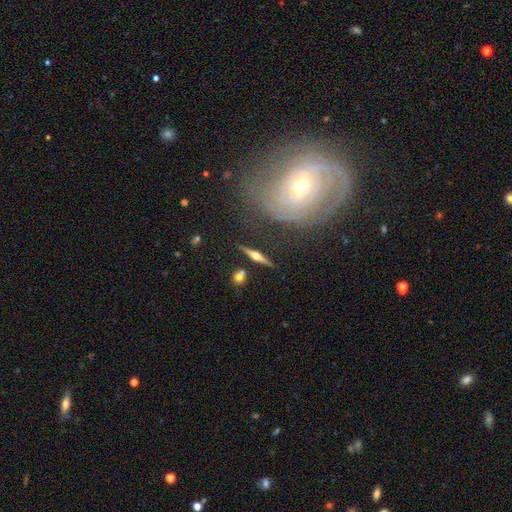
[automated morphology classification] smooth_or_featured: featured or disk (p=0.76) [alt: smooth p=0.17]
disk_edge_on: yes (p=0.95) [alt: no p=0.05]
edge_on_bulge: rounded (p=0.95) [alt: boxy p=0.03]
merging: none (p=0.81) [alt: minor disturbance p=0.10]